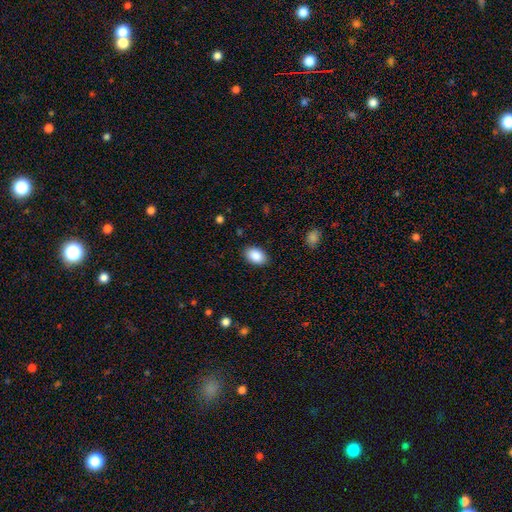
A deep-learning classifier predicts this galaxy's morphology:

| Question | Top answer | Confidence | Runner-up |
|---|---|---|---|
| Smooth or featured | smooth | 89% | star or artifact (7%) |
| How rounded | in between | 90% | round (9%) |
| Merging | none | 88% | minor disturbance (9%) |